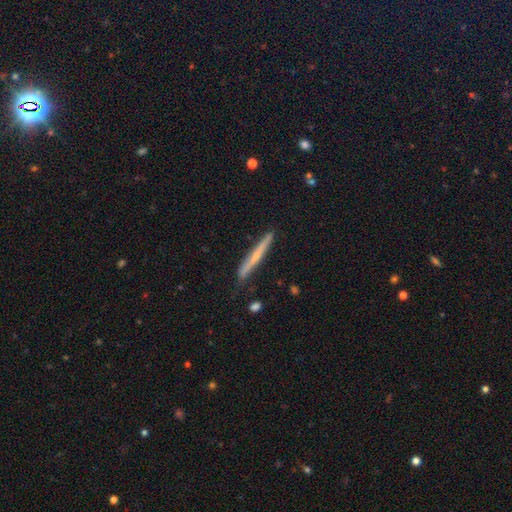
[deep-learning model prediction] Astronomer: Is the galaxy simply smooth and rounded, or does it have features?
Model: featured or disk — 54% (runner-up: smooth, 40%).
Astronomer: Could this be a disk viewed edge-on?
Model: yes — 96%.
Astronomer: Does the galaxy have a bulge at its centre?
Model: rounded — 52% (runner-up: none, 43%).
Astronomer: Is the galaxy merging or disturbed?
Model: none — 85%.